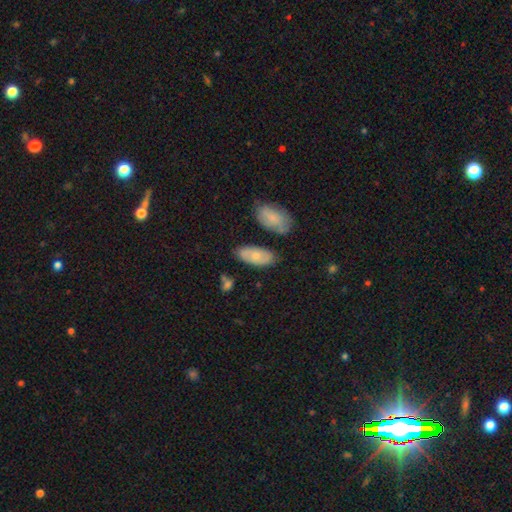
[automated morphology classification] smooth-or-featured: smooth: 59% | featured or disk: 35% | star or artifact: 7%
  how-rounded: in between: 90% | cigar-shaped: 6% | round: 4%
  merging: none: 72% | minor disturbance: 17% | merger: 7% | major disturbance: 4%